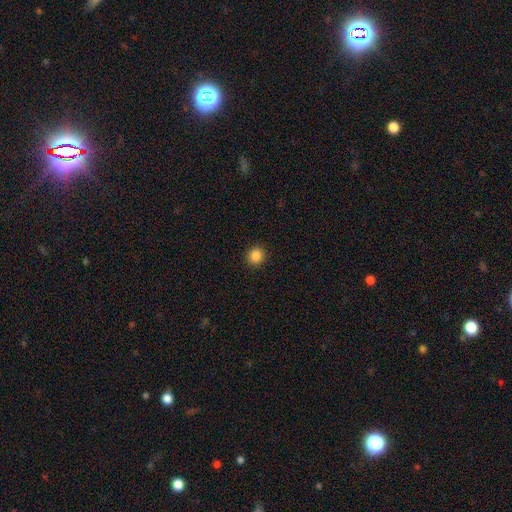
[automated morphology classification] A smooth galaxy with no disk features (86%) that is round (91%).

Vote fractions:
- Smooth or featured? smooth: 86% / star or artifact: 10% / featured or disk: 3%
- How rounded? round: 91% / in between: 8% / cigar-shaped: 1%
- Merging? none: 92% / minor disturbance: 5% / major disturbance: 2% / merger: 1%